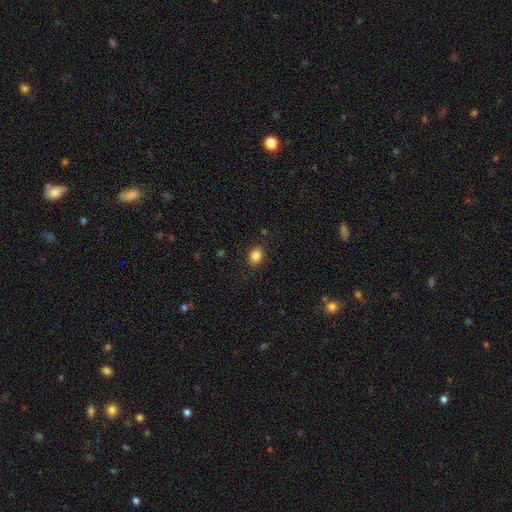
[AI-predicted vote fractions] Smooth or featured? smooth (86%)
How rounded? in between (63%)
Merging? none (85%)